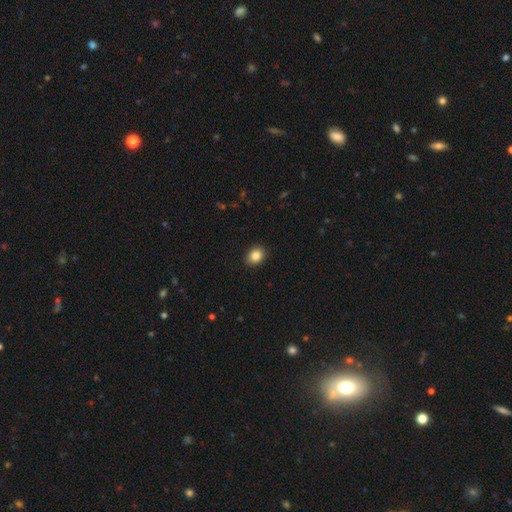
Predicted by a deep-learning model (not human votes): smooth_or_featured: smooth (p=0.86) [alt: star or artifact p=0.09]
how_rounded: in between (p=0.52) [alt: round p=0.47]
merging: none (p=0.90) [alt: minor disturbance p=0.07]